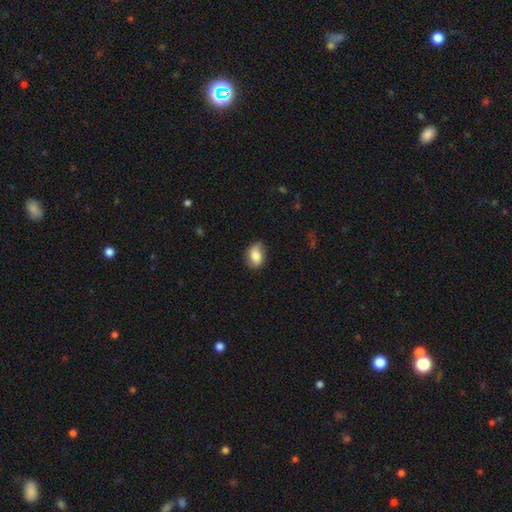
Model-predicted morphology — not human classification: Smooth or featured? Predicted: smooth (p=0.80). How rounded? Predicted: in between (p=0.80). Merging? Predicted: none (p=0.76).